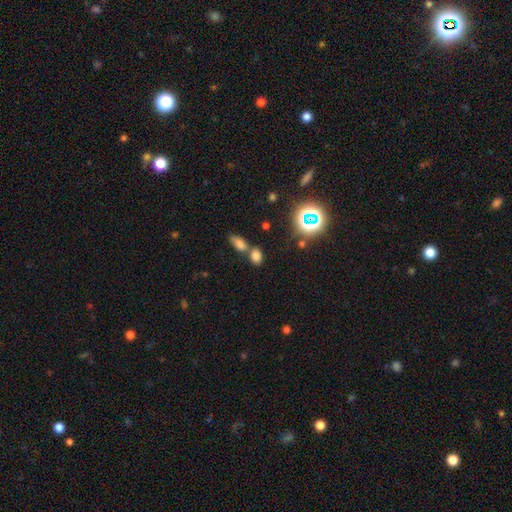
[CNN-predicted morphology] smooth-or-featured: smooth: 71% | star or artifact: 21% | featured or disk: 8%
  how-rounded: in between: 76% | round: 21% | cigar-shaped: 3%
  merging: none: 47% | merger: 41% | minor disturbance: 9% | major disturbance: 4%